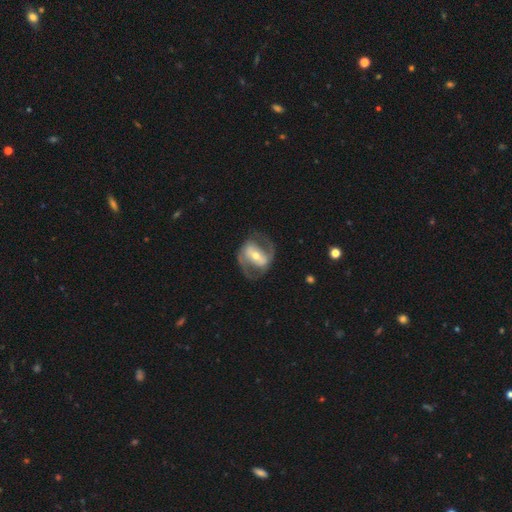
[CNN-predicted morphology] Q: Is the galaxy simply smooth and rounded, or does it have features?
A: featured or disk — 80%.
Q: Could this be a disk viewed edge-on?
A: no — 95%.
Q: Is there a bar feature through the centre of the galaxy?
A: strong — 56%.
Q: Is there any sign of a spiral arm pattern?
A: yes — 80%.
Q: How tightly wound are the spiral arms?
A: medium — 51%.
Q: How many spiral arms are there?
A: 2 — 87%.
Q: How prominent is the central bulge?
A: moderate — 52%.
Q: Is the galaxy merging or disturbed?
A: none — 71%.